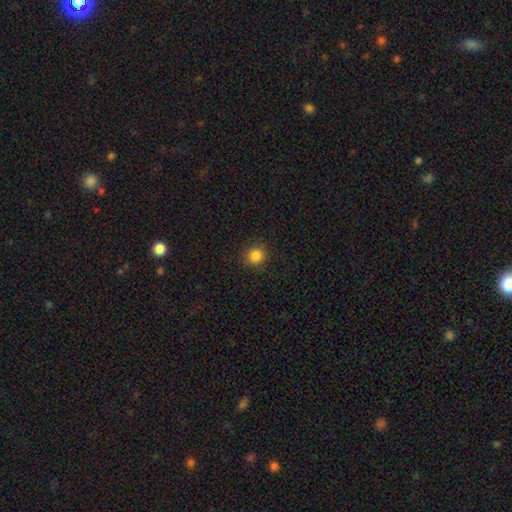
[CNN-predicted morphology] smooth 85%, star or artifact 11%, featured or disk 4%. Down the decision tree: how rounded — round (91%); merging — none (89%).